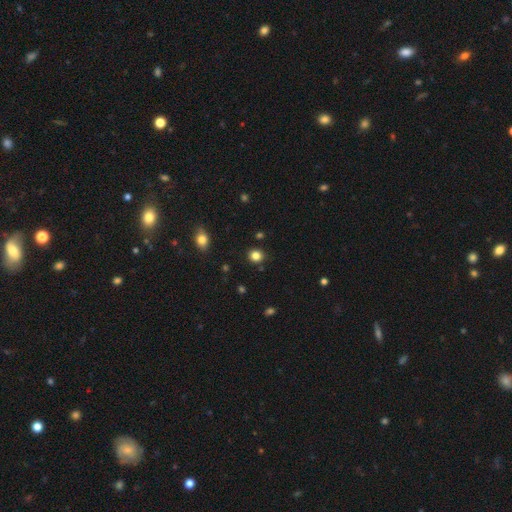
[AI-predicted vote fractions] smooth 83%, star or artifact 13%, featured or disk 4%. Down the decision tree: how rounded — round (86%); merging — none (89%).